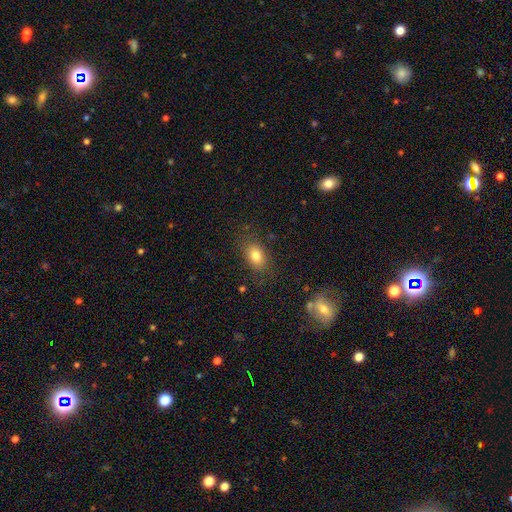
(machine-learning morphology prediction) This appears to be a smooth galaxy with no disk features (80%) that is in between round and cigar-shaped (82%). Merging: none (80%).